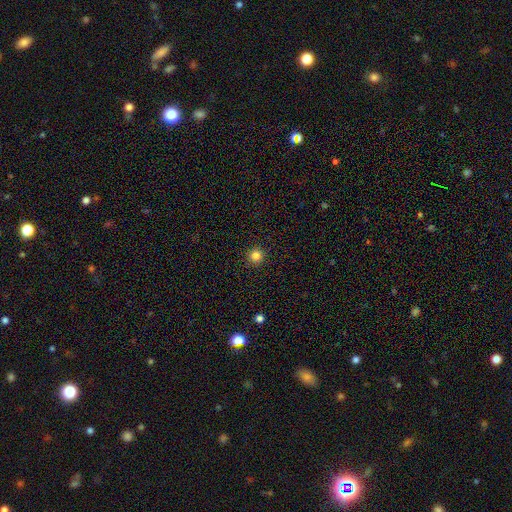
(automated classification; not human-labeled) The model was most divided on "smooth or featured": smooth: 83%, star or artifact: 12%, featured or disk: 4%. More confident: how rounded — round (95%); merging — none (92%).